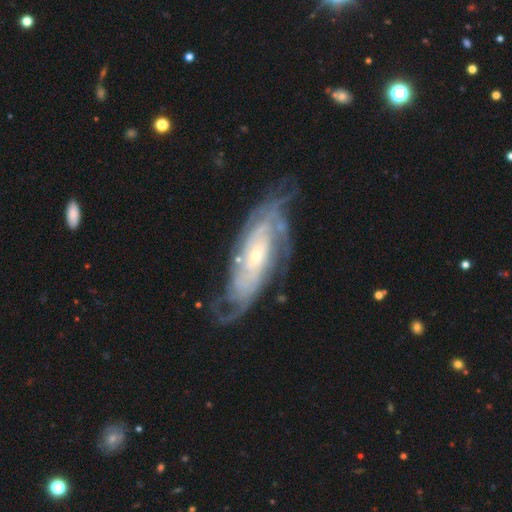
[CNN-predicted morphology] Q: Smooth or featured?
A: featured or disk (86%); runner-up: smooth (8%)
Q: Edge-on disk?
A: no (89%); runner-up: yes (11%)
Q: Bar?
A: no (65%); runner-up: weak (24%)
Q: Spiral arms?
A: yes (95%); runner-up: no (5%)
Q: Spiral winding?
A: tight (67%); runner-up: medium (26%)
Q: Spiral arm count?
A: can't tell (41%); runner-up: 2 (17%)
Q: Bulge size?
A: small (72%); runner-up: moderate (23%)
Q: Merging?
A: none (67%); runner-up: minor disturbance (20%)